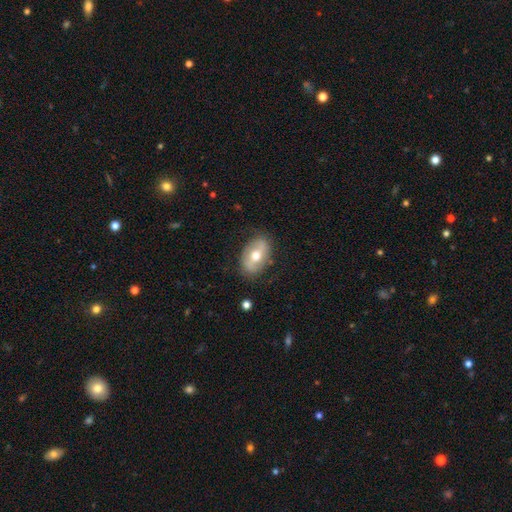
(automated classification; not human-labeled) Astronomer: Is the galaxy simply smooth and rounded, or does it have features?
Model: smooth — 47% (runner-up: featured or disk, 46%).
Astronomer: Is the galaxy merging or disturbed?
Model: none — 81%.